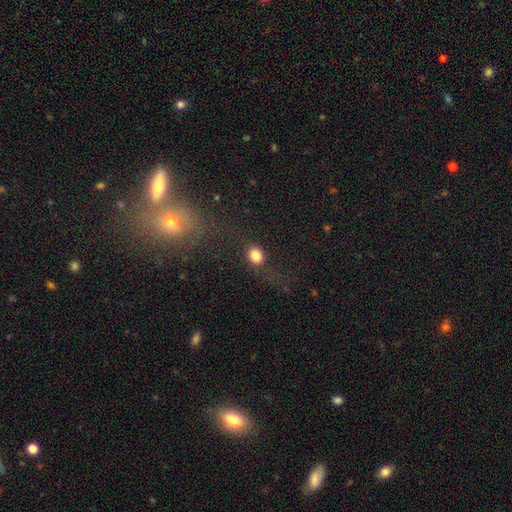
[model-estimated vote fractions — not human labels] smooth_or_featured: smooth (p=0.82) [alt: star or artifact p=0.10]
how_rounded: round (p=0.60) [alt: in between p=0.38]
merging: none (p=0.70) [alt: minor disturbance p=0.15]